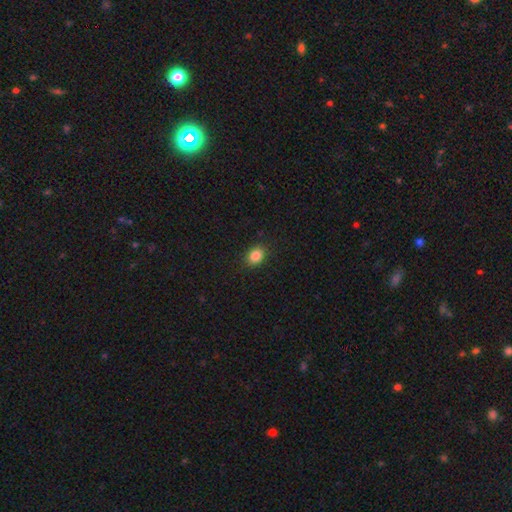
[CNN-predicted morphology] Smooth or featured: smooth — 85% (star or artifact — 10%)
How rounded: in between — 60% (round — 39%)
Merging: none — 87% (minor disturbance — 10%)